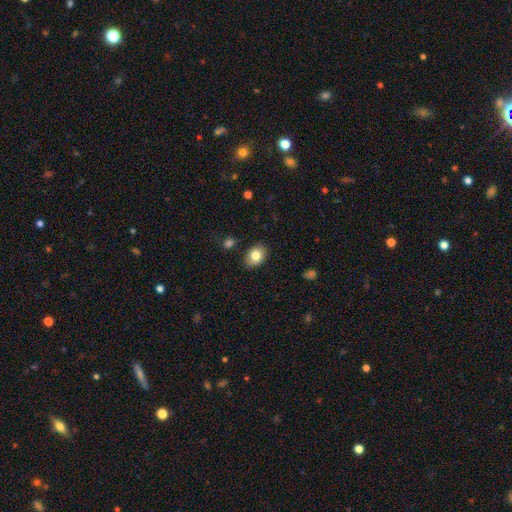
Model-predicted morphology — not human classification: smooth-or-featured: smooth: 82% | featured or disk: 10% | star or artifact: 8%
  how-rounded: in between: 79% | round: 20% | cigar-shaped: 1%
  merging: none: 86% | minor disturbance: 10% | major disturbance: 2% | merger: 2%